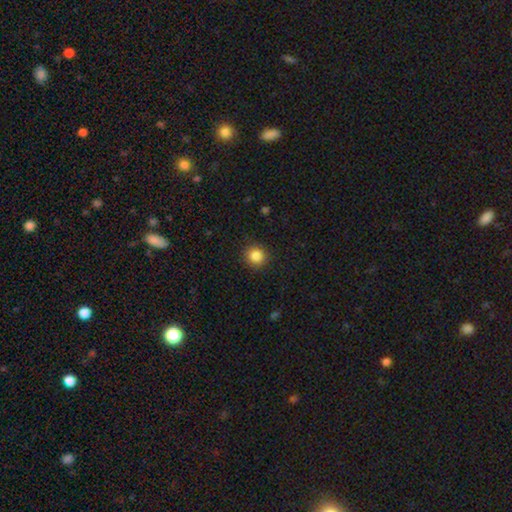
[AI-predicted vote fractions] smooth_or_featured: smooth (p=0.86) [alt: star or artifact p=0.10]
how_rounded: round (p=0.91) [alt: in between p=0.08]
merging: none (p=0.90) [alt: minor disturbance p=0.07]